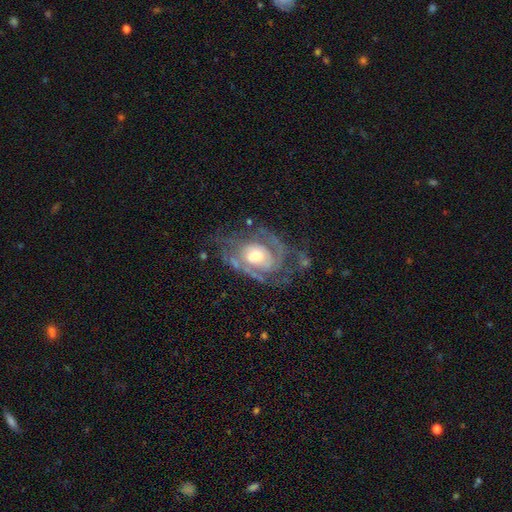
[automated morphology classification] The model was most divided on "spiral arm count": 2: 43%, can't tell: 26%, 3: 16%, 1: 6%, 4: 5%, more than 4: 4%. More confident: edge-on disk — no (96%); spiral arms — yes (91%); smooth or featured — featured or disk (86%); bar — no (71%); merging — none (60%); bulge size — moderate (56%); spiral winding — tight (55%).